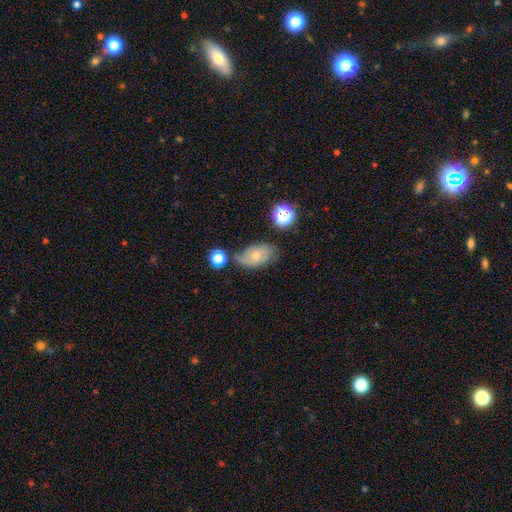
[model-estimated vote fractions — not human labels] Overall: smooth (54%; featured or disk 33%). How rounded: in between (86%). Merging: none (46%; minor disturbance 33%).